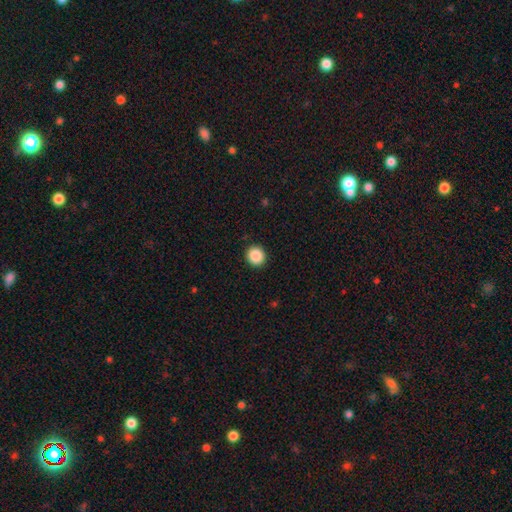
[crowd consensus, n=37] A smooth galaxy with no disk features (92%) that is round (94%). Merging: none (92%).